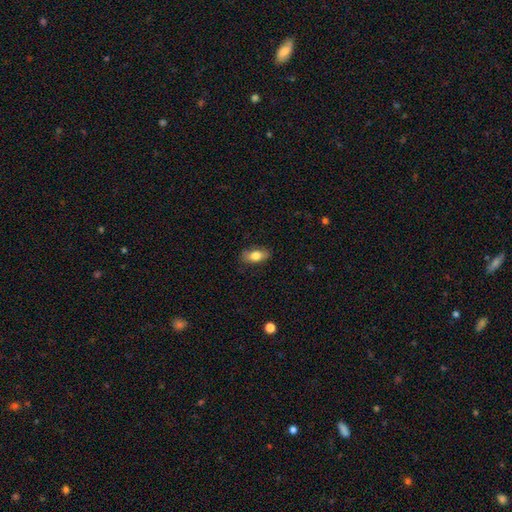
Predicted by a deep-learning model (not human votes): Smooth or featured? Predicted: smooth (p=0.78). How rounded? Predicted: in between (p=0.85). Merging? Predicted: none (p=0.83).